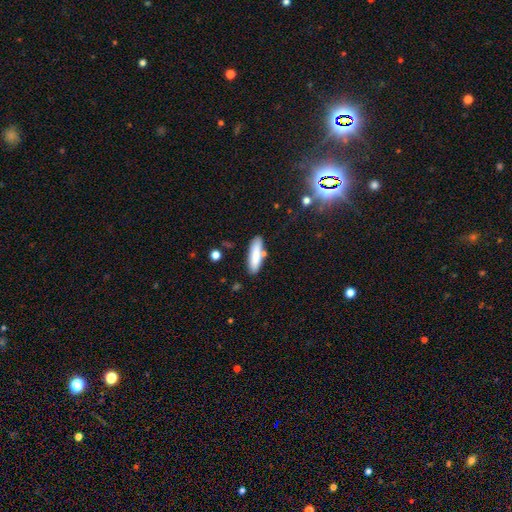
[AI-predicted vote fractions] Overall: smooth (83%). How rounded: cigar-shaped (61%; in between 37%). Merging: none (77%).